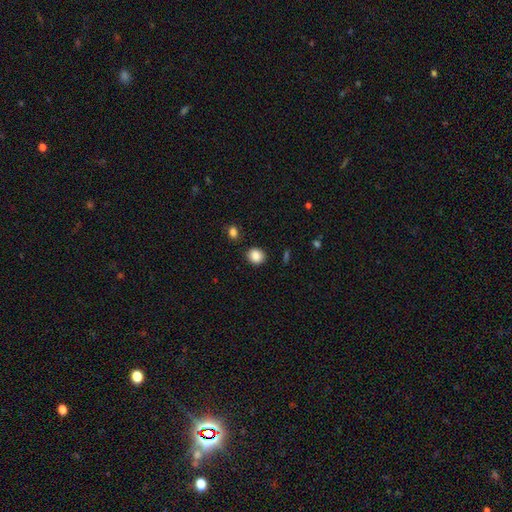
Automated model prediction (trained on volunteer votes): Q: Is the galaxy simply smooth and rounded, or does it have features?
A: smooth — 87%.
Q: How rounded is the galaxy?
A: round — 72%.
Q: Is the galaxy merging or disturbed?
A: none — 86%.